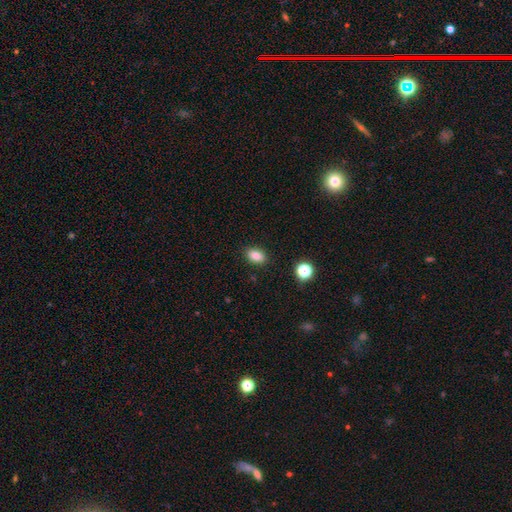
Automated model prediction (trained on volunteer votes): This is clearly a smooth galaxy (84%). How rounded: clearly in between (85%). Merging: clearly none (88%).